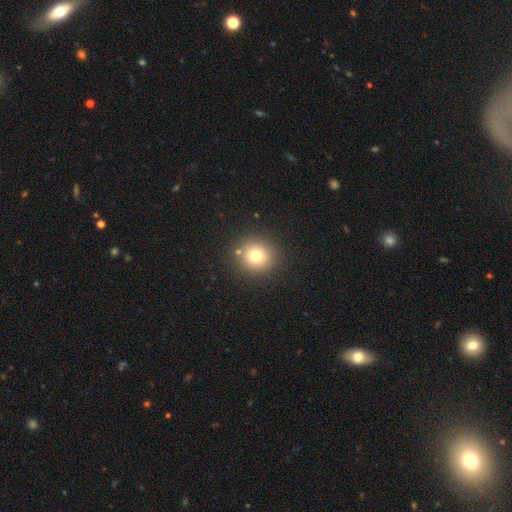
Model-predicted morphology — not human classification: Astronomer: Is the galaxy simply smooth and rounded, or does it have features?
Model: smooth — 76%.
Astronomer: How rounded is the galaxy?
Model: round — 91%.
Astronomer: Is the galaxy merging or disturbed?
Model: none — 87%.